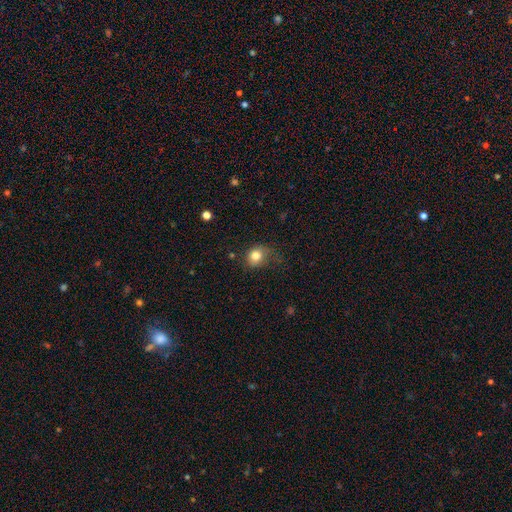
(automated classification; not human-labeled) Q: Smooth or featured?
A: smooth (81%); runner-up: star or artifact (11%)
Q: How rounded?
A: round (67%); runner-up: in between (32%)
Q: Merging?
A: none (50%); runner-up: minor disturbance (29%)